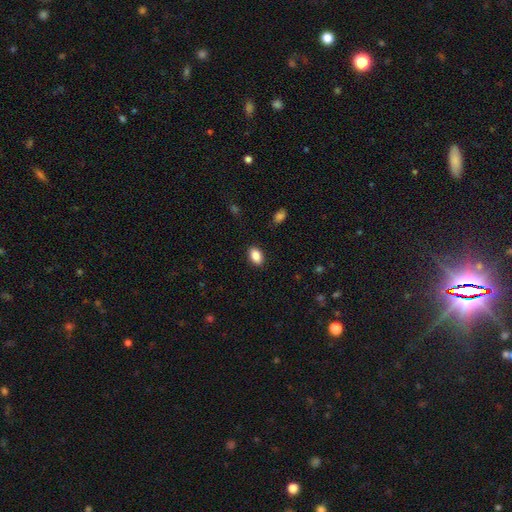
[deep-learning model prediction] smooth 88%, star or artifact 8%, featured or disk 4%. Down the decision tree: how rounded — in between (90%); merging — none (88%).